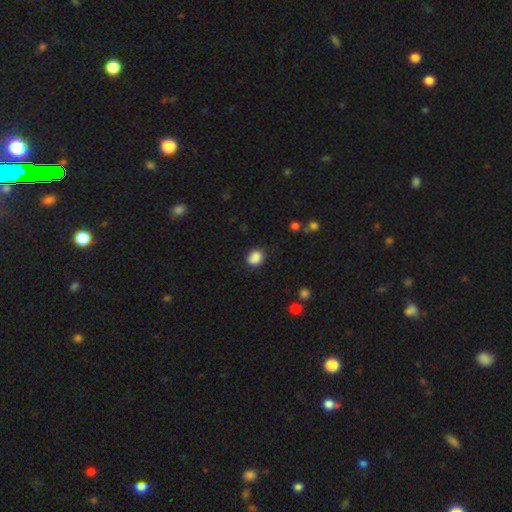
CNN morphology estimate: Smooth or featured? Predicted: smooth (p=0.83). How rounded? Predicted: round (p=0.62). Merging? Predicted: none (p=0.66).